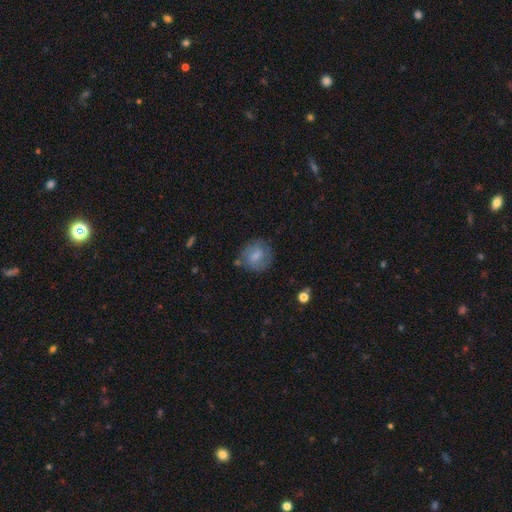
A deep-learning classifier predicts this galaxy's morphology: Smooth or featured: smooth — 61% (featured or disk — 31%)
How rounded: round — 71% (in between — 27%)
Merging: none — 65% (minor disturbance — 22%)